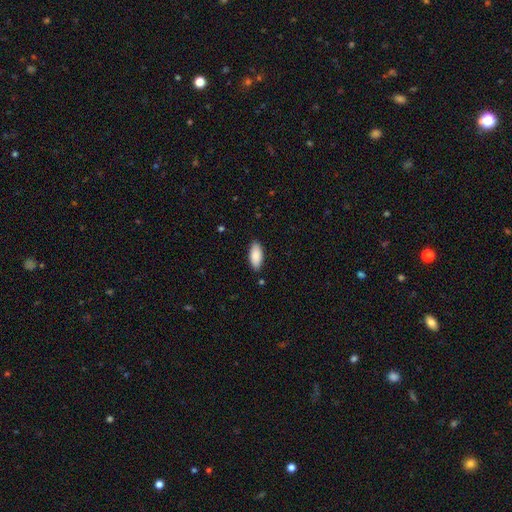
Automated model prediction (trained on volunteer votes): Q: Smooth or featured?
A: smooth (88%); runner-up: featured or disk (6%)
Q: How rounded?
A: in between (87%); runner-up: cigar-shaped (12%)
Q: Merging?
A: none (86%); runner-up: minor disturbance (10%)